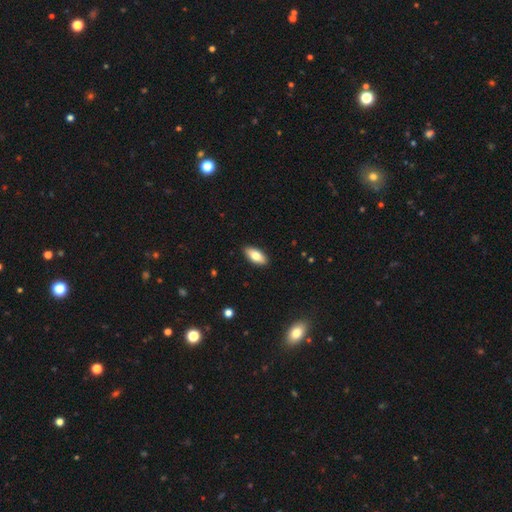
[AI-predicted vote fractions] Q: Smooth or featured?
A: smooth (76%); runner-up: featured or disk (17%)
Q: How rounded?
A: in between (86%); runner-up: cigar-shaped (11%)
Q: Merging?
A: none (89%); runner-up: minor disturbance (8%)